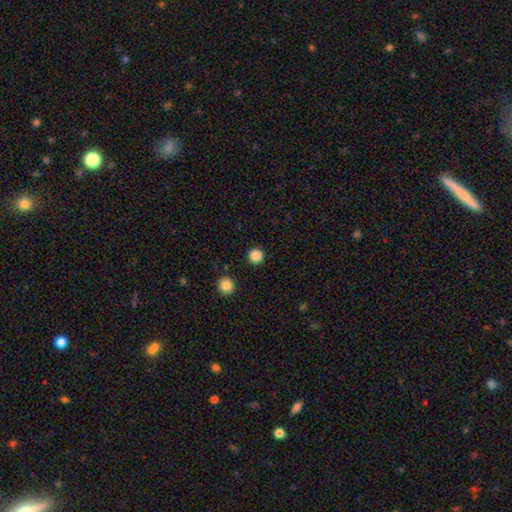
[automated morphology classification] This appears to be a smooth galaxy with no disk features (86%) that is round (96%). Merging: none (92%).